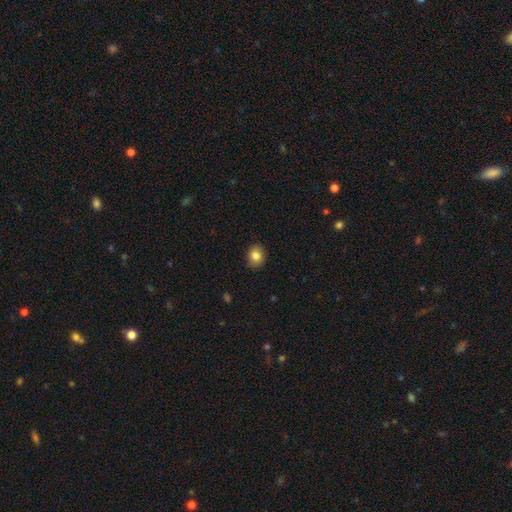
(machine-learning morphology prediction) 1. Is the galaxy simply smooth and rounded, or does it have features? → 84% smooth, 10% star or artifact, 6% featured or disk.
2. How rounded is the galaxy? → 58% round, 41% in between, 1% cigar-shaped.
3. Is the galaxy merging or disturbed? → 88% none, 9% minor disturbance, 2% major disturbance, 1% merger.